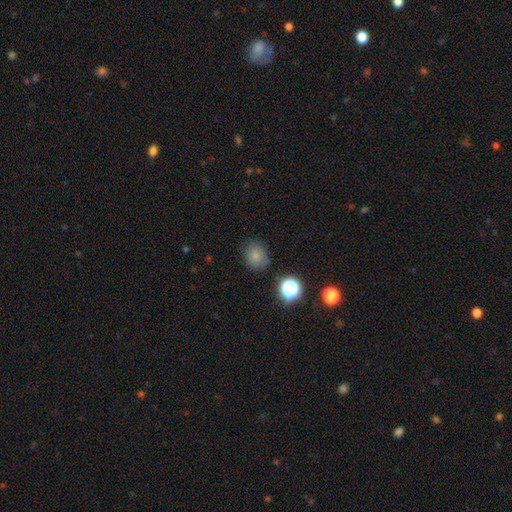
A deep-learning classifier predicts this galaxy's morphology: This appears to be a smooth galaxy with no disk features (78%) that is round (68%). Merging: none (78%).